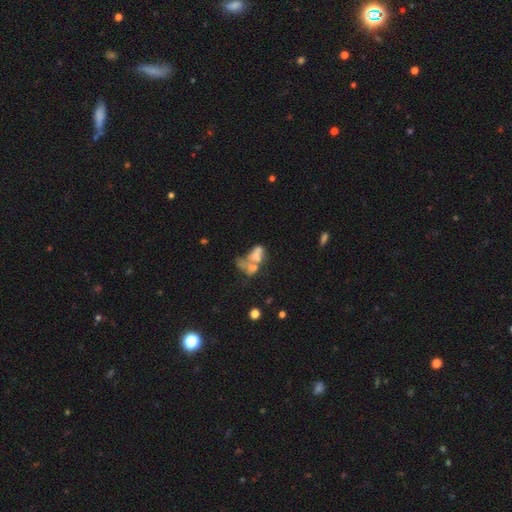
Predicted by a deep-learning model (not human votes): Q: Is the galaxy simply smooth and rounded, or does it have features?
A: featured or disk — 41%.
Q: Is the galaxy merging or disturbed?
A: merger — 57%.